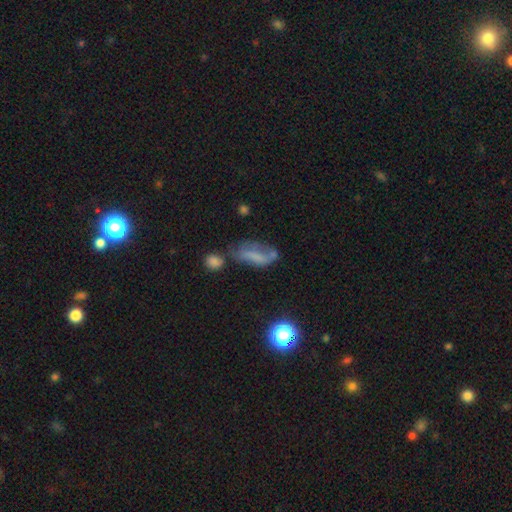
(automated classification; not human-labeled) Smooth or featured: smooth — 50% (featured or disk — 34%)
Merging: none — 35% (minor disturbance — 24%)